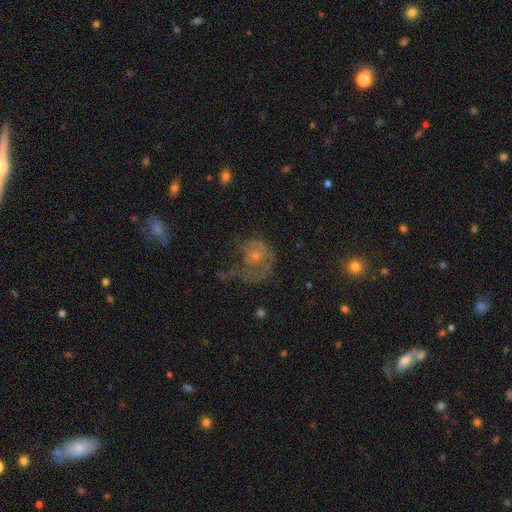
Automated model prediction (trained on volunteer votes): This appears to be a featured or disk galaxy (54%) with no bar (84%), spiral arms (53%) and a small central bulge (53%). Merging: major disturbance (47%).